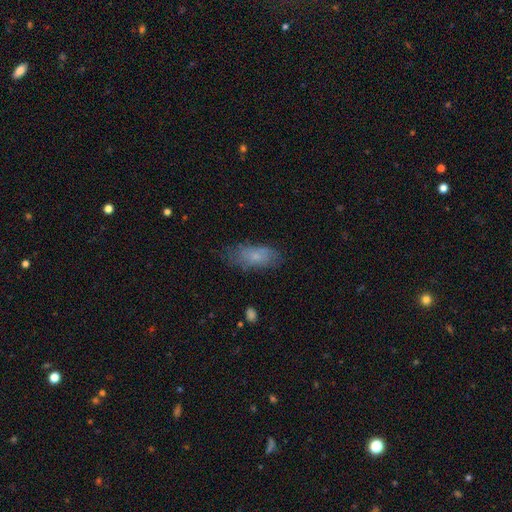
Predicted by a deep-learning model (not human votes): Q: Smooth or featured?
A: smooth (67%); runner-up: featured or disk (25%)
Q: How rounded?
A: in between (84%); runner-up: cigar-shaped (13%)
Q: Merging?
A: none (66%); runner-up: minor disturbance (24%)